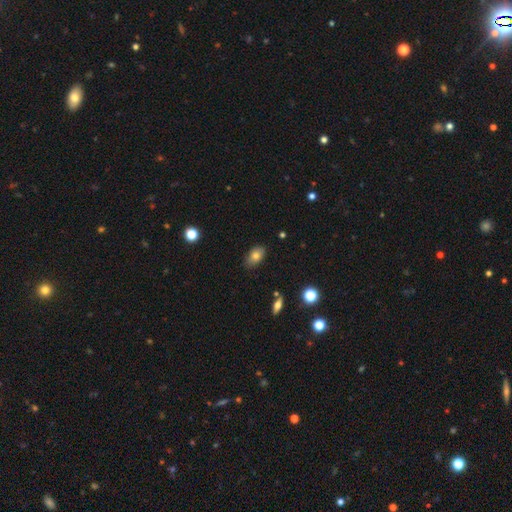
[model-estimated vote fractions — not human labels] The model was most divided on "smooth or featured": smooth: 77%, featured or disk: 13%, star or artifact: 10%. More confident: how rounded — in between (88%); merging — none (81%).